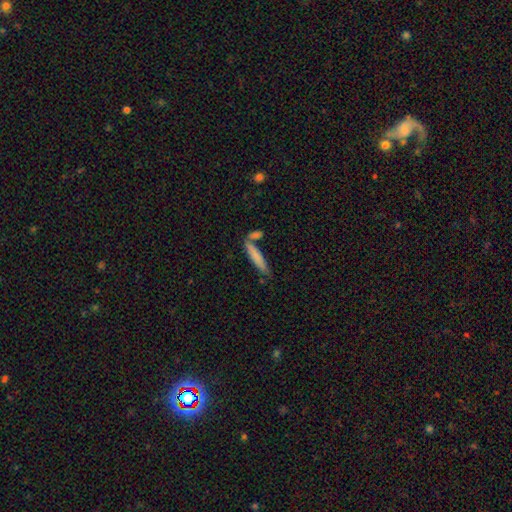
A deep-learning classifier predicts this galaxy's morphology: Q: Smooth or featured?
A: smooth (77%); runner-up: featured or disk (17%)
Q: How rounded?
A: cigar-shaped (87%); runner-up: in between (12%)
Q: Merging?
A: none (65%); runner-up: merger (18%)